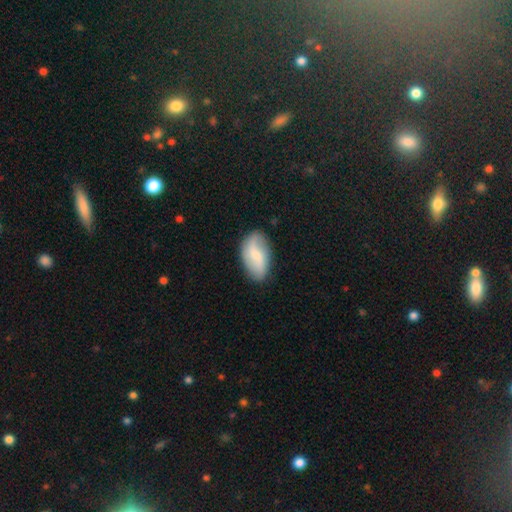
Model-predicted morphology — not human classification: featured or disk 48%, smooth 45%, star or artifact 7%. Down the decision tree: merging — none (78%).